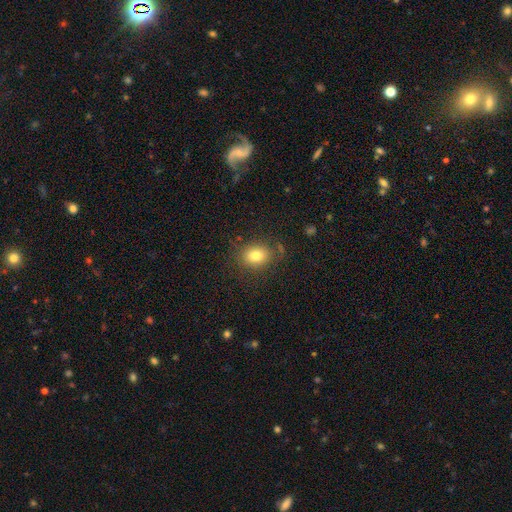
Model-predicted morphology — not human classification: A smooth galaxy with no disk features (79%) that is round (50%).

Vote fractions:
- Smooth or featured? smooth: 79% / star or artifact: 11% / featured or disk: 9%
- How rounded? round: 50% / in between: 49% / cigar-shaped: 1%
- Merging? none: 80% / minor disturbance: 13% / major disturbance: 5% / merger: 2%